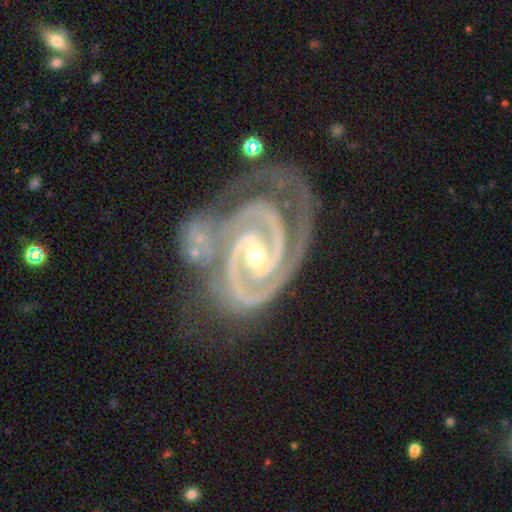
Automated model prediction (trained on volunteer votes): smooth_or_featured: featured or disk (p=0.94) [alt: star or artifact p=0.04]
disk_edge_on: no (p=0.98) [alt: yes p=0.02]
bar: weak (p=0.36) [alt: no p=0.35]
has_spiral_arms: yes (p=0.99) [alt: no p=0.01]
spiral_winding: tight (p=0.76) [alt: medium p=0.22]
spiral_arm_count: 2 (p=0.82) [alt: 3 p=0.10]
bulge_size: small (p=0.61) [alt: moderate p=0.36]
merging: none (p=0.43) [alt: minor disturbance p=0.22]